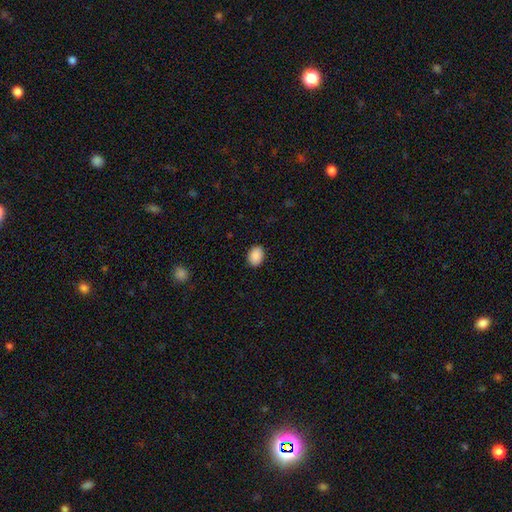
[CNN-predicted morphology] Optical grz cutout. It shows a smooth galaxy with no disk features (90%) that is in between round and cigar-shaped (73%). Merging: none (88%).